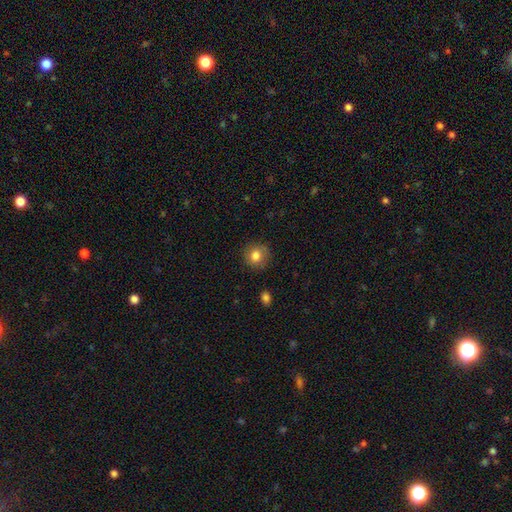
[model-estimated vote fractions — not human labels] Smooth or featured: smooth — 82% (star or artifact — 9%)
How rounded: round — 88% (in between — 11%)
Merging: none — 86% (minor disturbance — 10%)